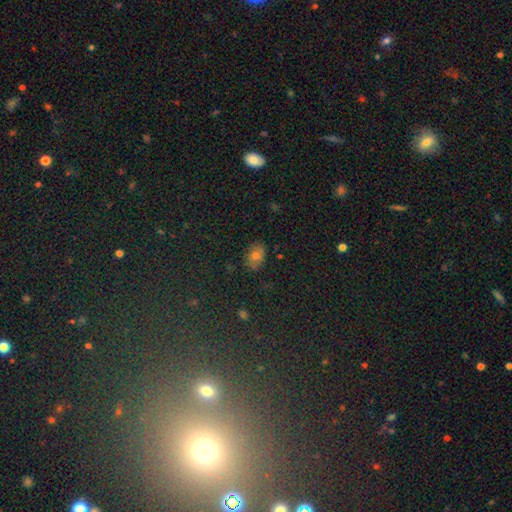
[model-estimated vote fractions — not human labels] smooth 64%, star or artifact 21%, featured or disk 14%. Down the decision tree: how rounded — in between (75%); merging — none (83%).